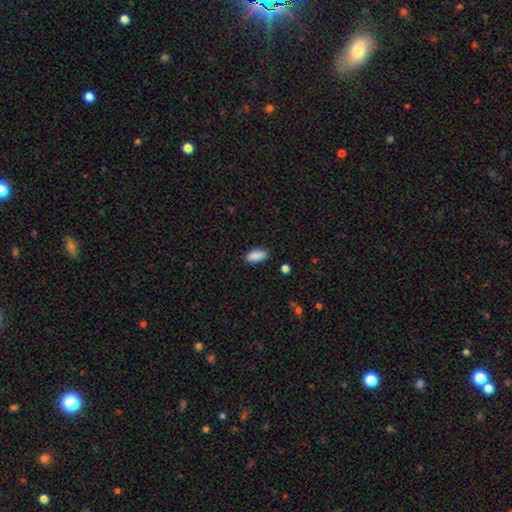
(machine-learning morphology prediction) type=smooth (90%); roundness=in between (84%); merging=none (87%).